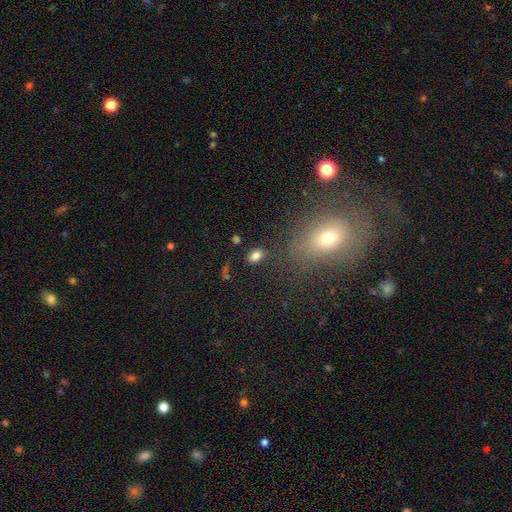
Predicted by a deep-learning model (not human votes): smooth-or-featured: smooth: 81% | star or artifact: 12% | featured or disk: 7%
  how-rounded: in between: 81% | round: 17% | cigar-shaped: 2%
  merging: none: 79% | minor disturbance: 12% | major disturbance: 5% | merger: 4%